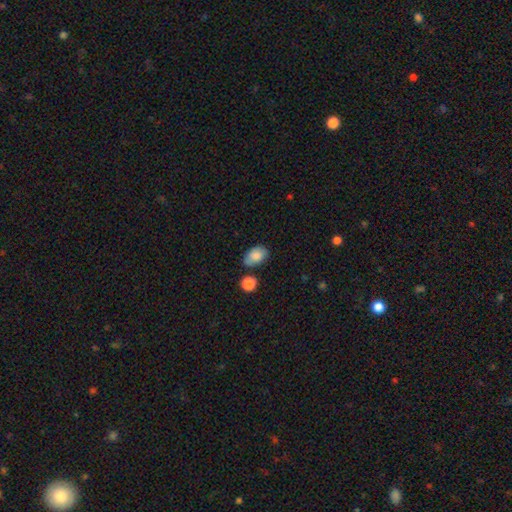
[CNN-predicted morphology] A smooth galaxy with no disk features (82%) that is in between round and cigar-shaped (89%). Merging: none (67%).